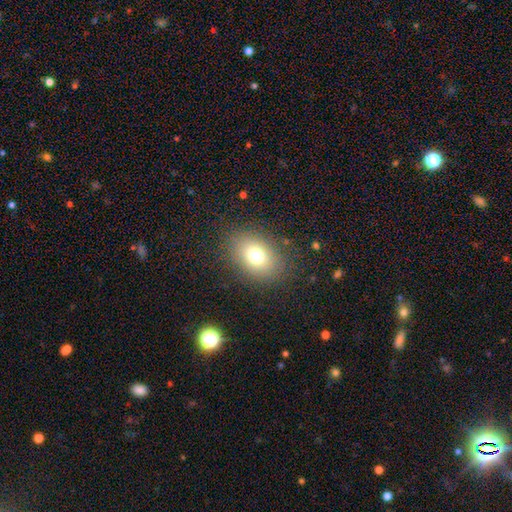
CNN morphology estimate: This is likely a smooth galaxy (74%). How rounded: likely in between (71%). Merging: clearly none (84%).